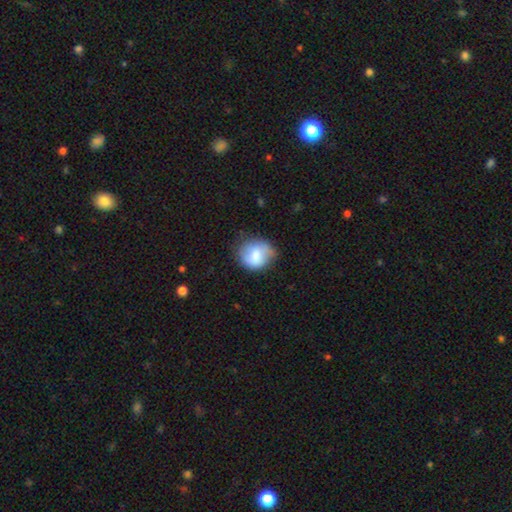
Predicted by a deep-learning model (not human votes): Morphology: type=smooth (75%); roundness=round (72%); merging=none (59%).